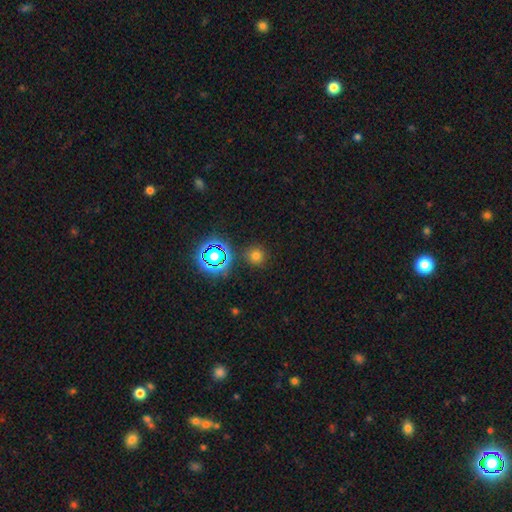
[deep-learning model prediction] The model was most divided on "smooth or featured": smooth: 68%, star or artifact: 26%, featured or disk: 6%. More confident: how rounded — round (93%); merging — none (86%).